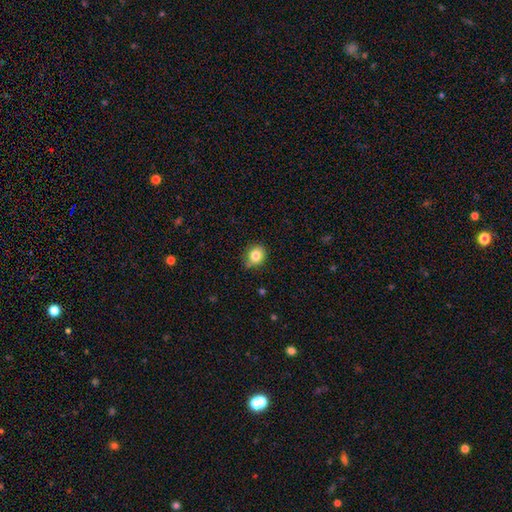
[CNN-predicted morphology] A smooth galaxy with no disk features (82%) that is round (65%). Merging: none (77%).